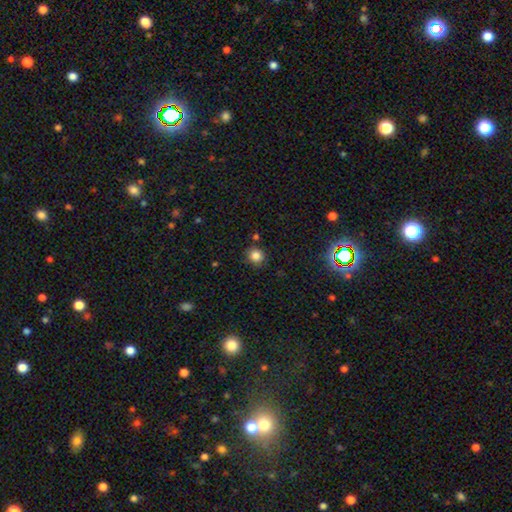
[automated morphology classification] The model was most divided on "smooth or featured": smooth: 83%, star or artifact: 13%, featured or disk: 5%. More confident: how rounded — round (89%); merging — none (83%).